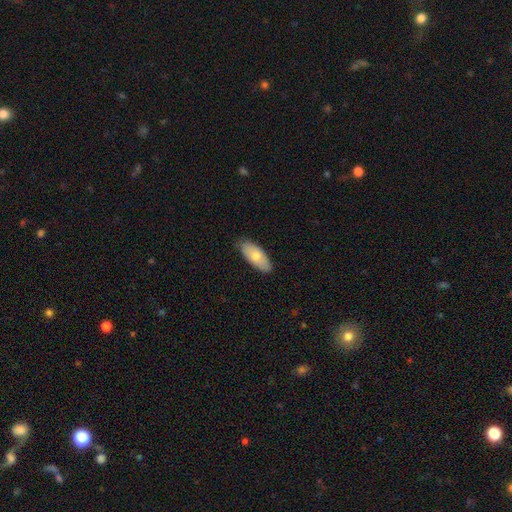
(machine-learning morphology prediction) Overall: smooth (73%). How rounded: in between (85%). Merging: none (80%).